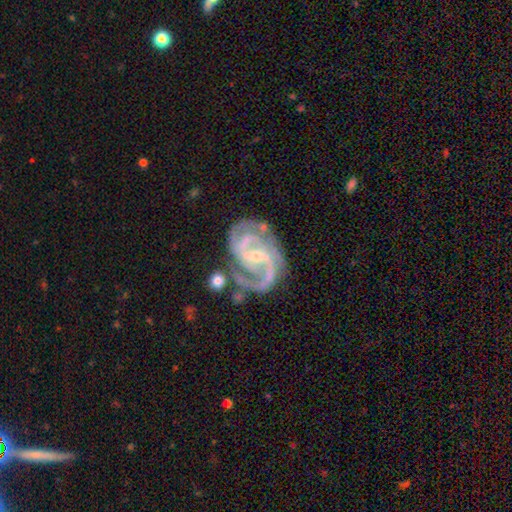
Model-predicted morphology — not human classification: A featured or disk galaxy (92%) with a weak bar (45%), 2 (69%) medium (55%) spiral arms (98%) and a small central bulge (69%).

Vote fractions:
- Smooth or featured? featured or disk: 92% / star or artifact: 5% / smooth: 3%
- Edge-on disk? no: 98% / yes: 2%
- Bar? weak: 45% / strong: 41% / no: 14%
- Spiral arms? yes: 98% / no: 2%
- Spiral winding? medium: 55% / tight: 30% / loose: 15%
- Spiral arm count? 2: 69% / 3: 15% / can't tell: 7% / 4: 4% / 1: 3% / more than 4: 3%
- Bulge size? small: 69% / moderate: 25% / none: 4% / large: 1% / dominant: 1%
- Merging? none: 58% / minor disturbance: 21% / major disturbance: 14% / merger: 7%